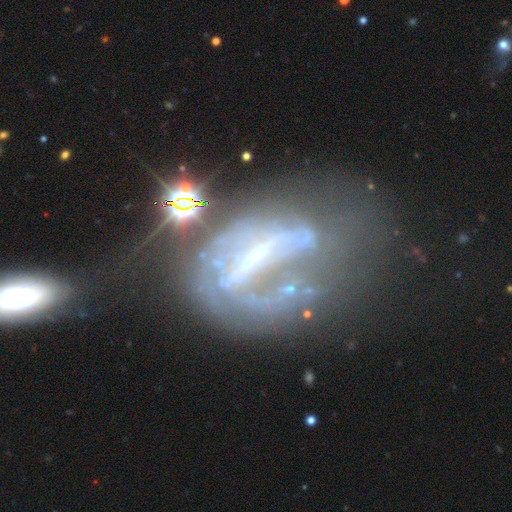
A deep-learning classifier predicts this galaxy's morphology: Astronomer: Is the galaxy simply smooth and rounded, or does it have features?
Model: featured or disk — 74%.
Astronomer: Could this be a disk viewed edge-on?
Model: no — 92%.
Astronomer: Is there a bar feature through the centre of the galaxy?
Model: strong — 54%.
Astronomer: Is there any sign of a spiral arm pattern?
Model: no — 51% (runner-up: yes, 49%).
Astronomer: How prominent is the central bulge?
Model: small — 41% (runner-up: none, 37%).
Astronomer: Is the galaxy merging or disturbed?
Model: major disturbance — 40% (runner-up: none, 24%).